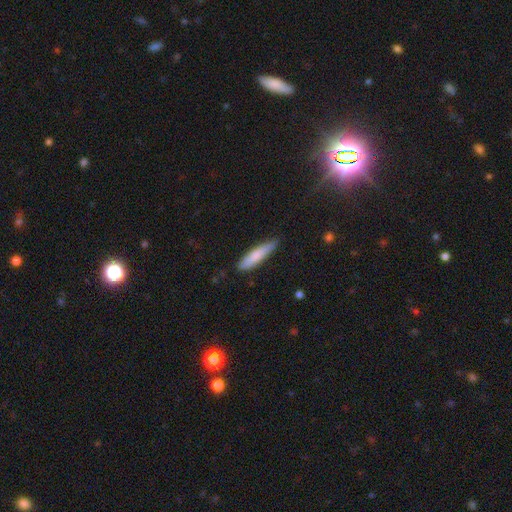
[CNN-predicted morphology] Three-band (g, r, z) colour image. It shows a smooth galaxy with no disk features (77%) that is cigar-shaped (82%). Merging: none (78%).